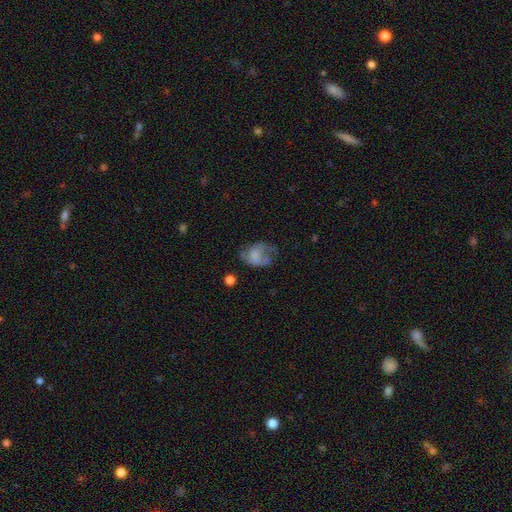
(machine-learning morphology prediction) A smooth galaxy with no disk features (53%) that is in between round and cigar-shaped (70%).

Vote fractions:
- Smooth or featured? smooth: 53% / featured or disk: 36% / star or artifact: 11%
- How rounded? in between: 70% / round: 29% / cigar-shaped: 1%
- Merging? major disturbance: 37% / none: 33% / minor disturbance: 27% / merger: 3%